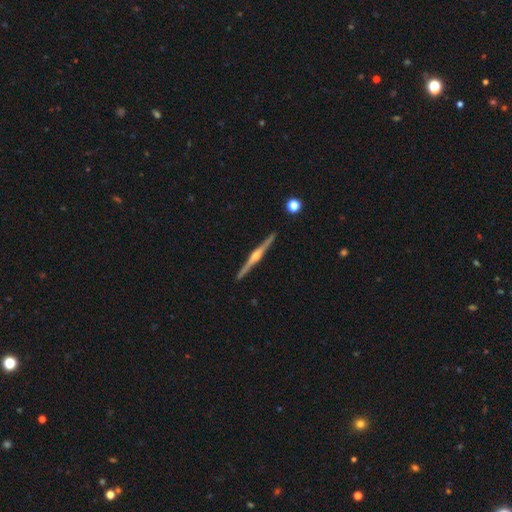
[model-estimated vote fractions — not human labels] Smooth or featured? featured or disk (88%)
Edge-on disk? yes (99%)
Edge-on bulge? rounded (93%)
Merging? none (93%)